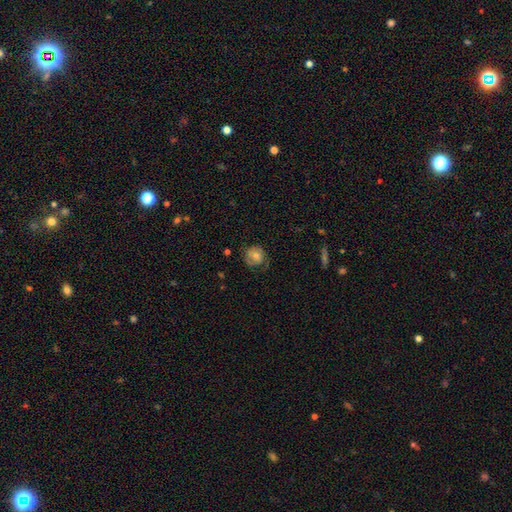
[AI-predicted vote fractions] The model was most divided on "smooth or featured": featured or disk: 47%, smooth: 44%, star or artifact: 9%. More confident: merging — none (62%).